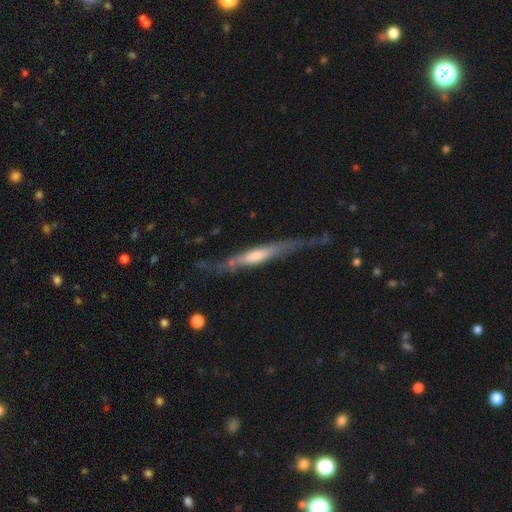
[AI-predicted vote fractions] smooth_or_featured: featured or disk (p=0.74) [alt: smooth p=0.20]
disk_edge_on: yes (p=0.90) [alt: no p=0.10]
edge_on_bulge: rounded (p=0.48) [alt: none p=0.28]
merging: none (p=0.65) [alt: minor disturbance p=0.23]